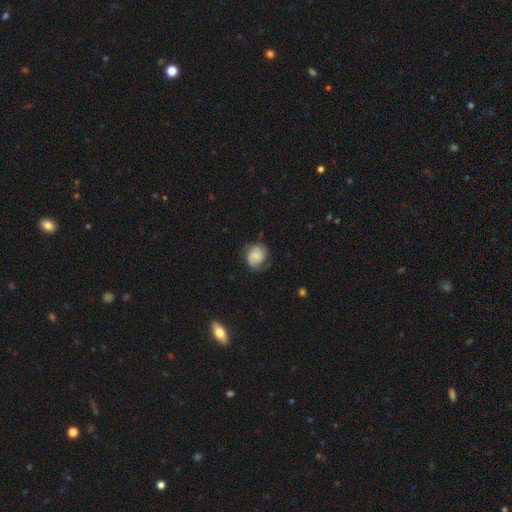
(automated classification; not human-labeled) smooth 51%, featured or disk 41%, star or artifact 8%. Down the decision tree: how rounded — round (73%); merging — none (65%).